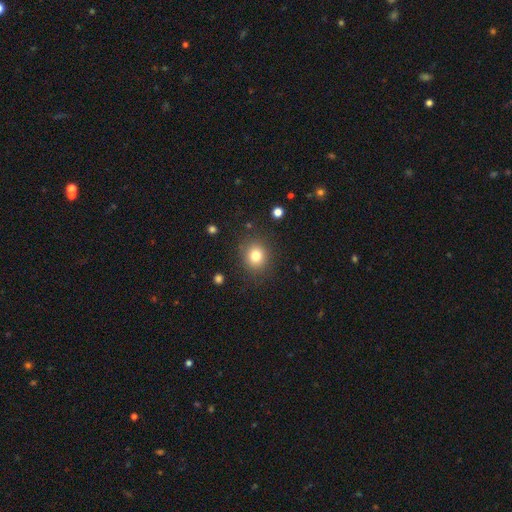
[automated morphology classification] smooth 80%, star or artifact 12%, featured or disk 8%. Down the decision tree: how rounded — round (79%); merging — none (86%).